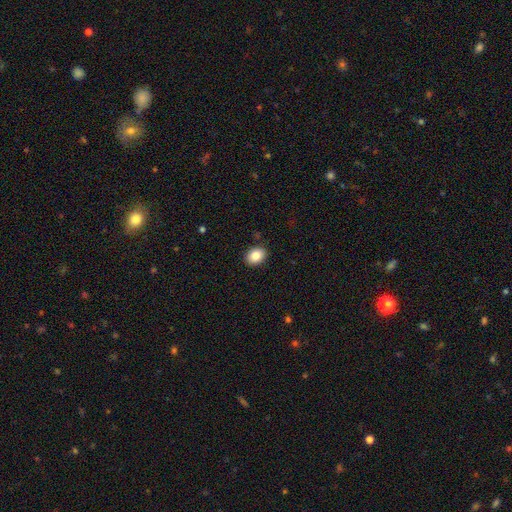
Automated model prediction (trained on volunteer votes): Overall: smooth (85%). How rounded: in between (68%; round 31%). Merging: none (89%).